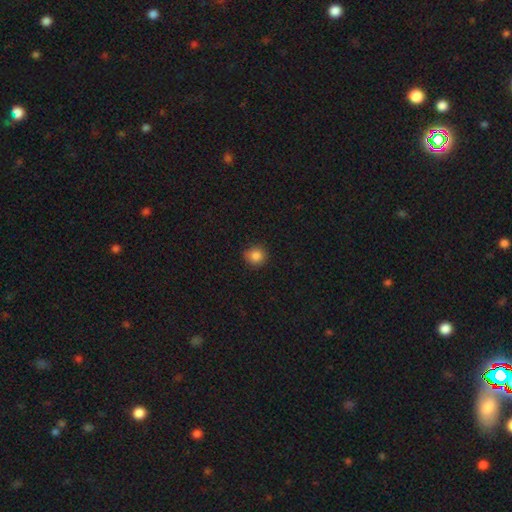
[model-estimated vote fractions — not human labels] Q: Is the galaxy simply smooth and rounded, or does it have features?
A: smooth — 85%.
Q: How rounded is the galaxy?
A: round — 89%.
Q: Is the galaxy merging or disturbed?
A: none — 85%.